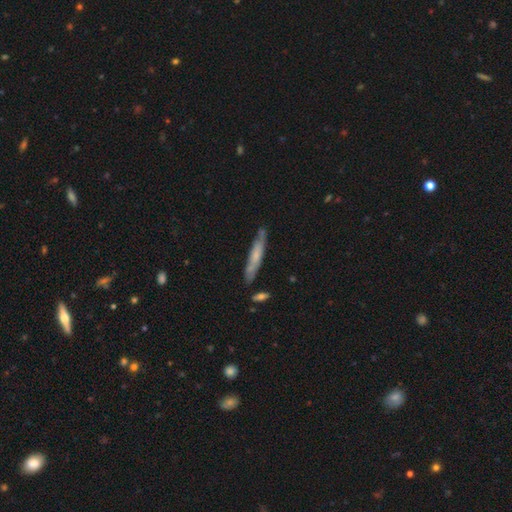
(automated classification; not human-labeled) A smooth galaxy with no disk features (50%) that is cigar-shaped (92%). Merging: none (76%).